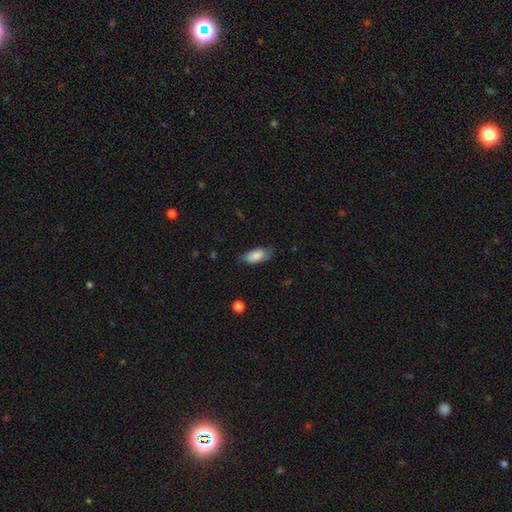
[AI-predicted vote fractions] Smooth or featured?
  - smooth: 81% *
  - featured or disk: 13%
  - star or artifact: 6%
How rounded?
  - in between: 88% *
  - cigar-shaped: 9%
  - round: 3%
Merging?
  - none: 71% *
  - minor disturbance: 22%
  - major disturbance: 5%
  - merger: 1%